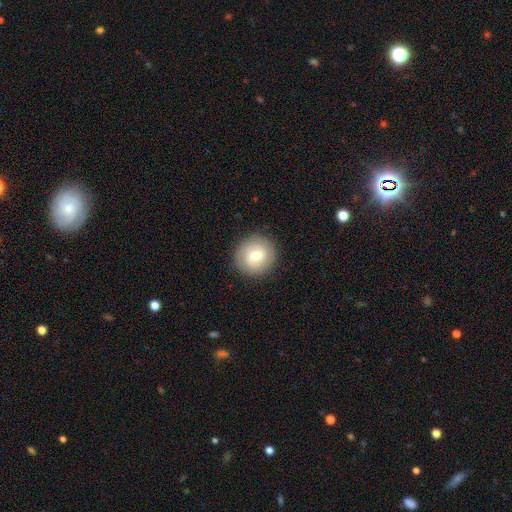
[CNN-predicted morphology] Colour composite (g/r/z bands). It shows a smooth galaxy with no disk features (60%) that is round (92%). Merging: none (88%).